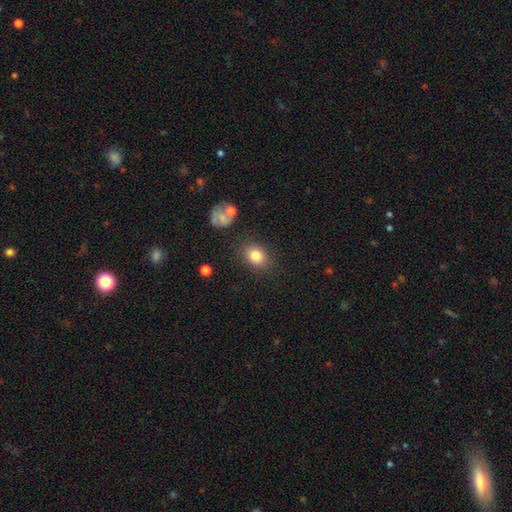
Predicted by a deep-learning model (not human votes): Smooth or featured: smooth — 83% (star or artifact — 10%)
How rounded: in between — 51% (round — 48%)
Merging: none — 82% (minor disturbance — 12%)